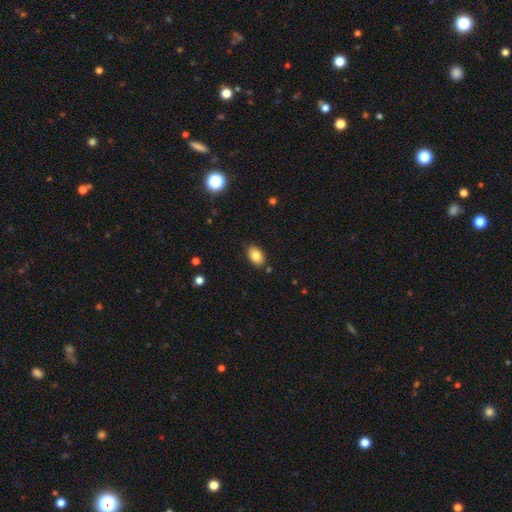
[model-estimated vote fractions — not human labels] Overall: smooth (82%). How rounded: in between (89%). Merging: none (85%).